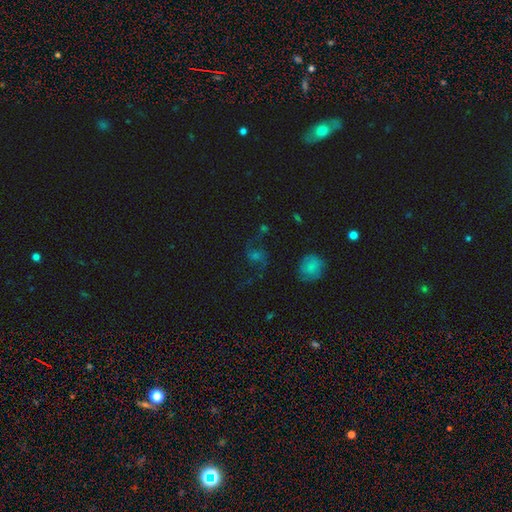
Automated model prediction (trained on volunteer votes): Q: Smooth or featured?
A: featured or disk (53%); runner-up: star or artifact (26%)
Q: Edge-on disk?
A: no (97%); runner-up: yes (3%)
Q: Bar?
A: no (57%); runner-up: weak (33%)
Q: Spiral arms?
A: yes (89%); runner-up: no (11%)
Q: Bulge size?
A: small (33%); runner-up: moderate (32%)
Q: Merging?
A: none (62%); runner-up: major disturbance (19%)